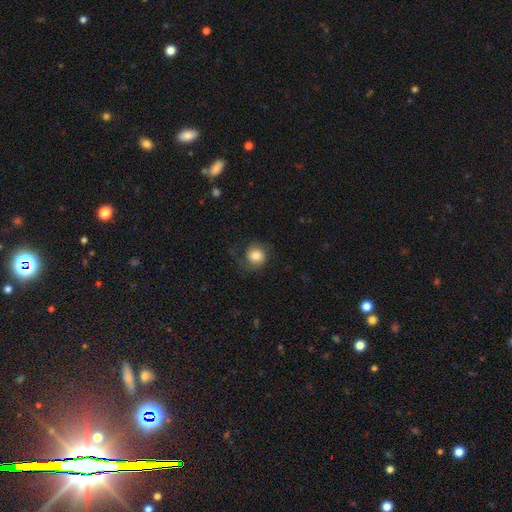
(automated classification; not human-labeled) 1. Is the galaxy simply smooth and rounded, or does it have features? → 72% smooth, 20% featured or disk, 8% star or artifact.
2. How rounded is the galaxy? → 84% round, 15% in between, 1% cigar-shaped.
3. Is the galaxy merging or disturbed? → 66% none, 20% minor disturbance, 13% major disturbance, 1% merger.